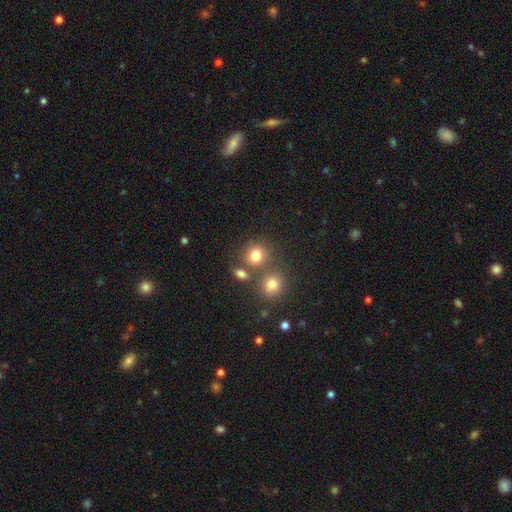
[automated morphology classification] The model was most divided on "merging": none: 62%, merger: 23%, minor disturbance: 10%, major disturbance: 5%. More confident: smooth or featured — smooth (77%); how rounded — round (76%).